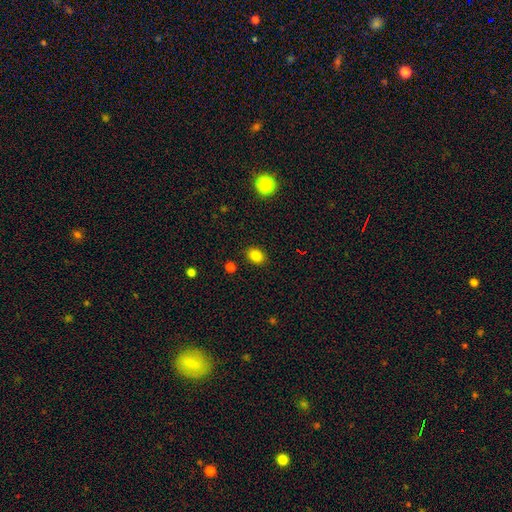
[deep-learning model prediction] Overall: smooth (83%). How rounded: in between (58%; round 41%). Merging: none (88%).